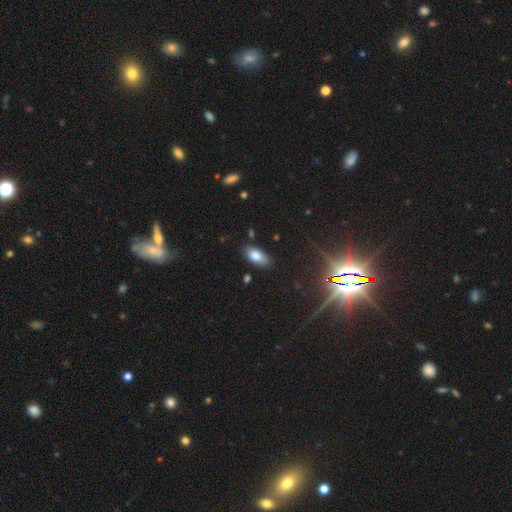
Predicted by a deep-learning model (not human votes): smooth 82%, featured or disk 10%, star or artifact 8%. Down the decision tree: how rounded — in between (92%); merging — none (81%).